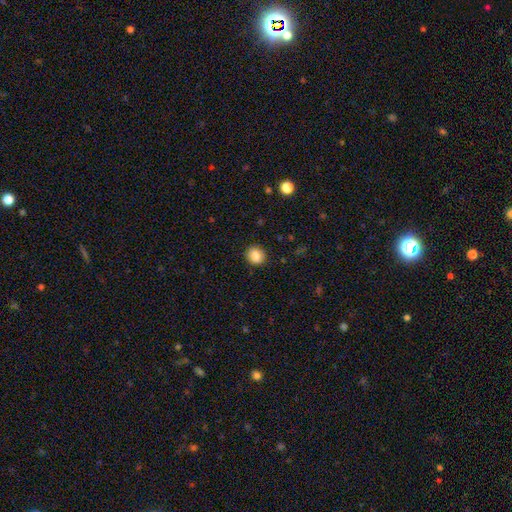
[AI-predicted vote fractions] Smooth or featured? Predicted: smooth (p=0.85). How rounded? Predicted: round (p=0.82). Merging? Predicted: none (p=0.89).